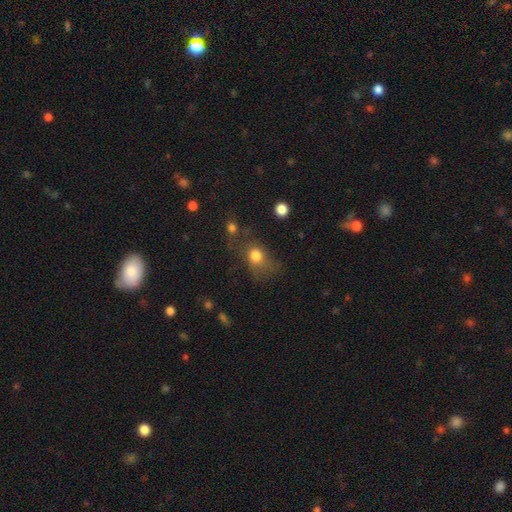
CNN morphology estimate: type=smooth (74%); roundness=round (59%); merging=none (43%).